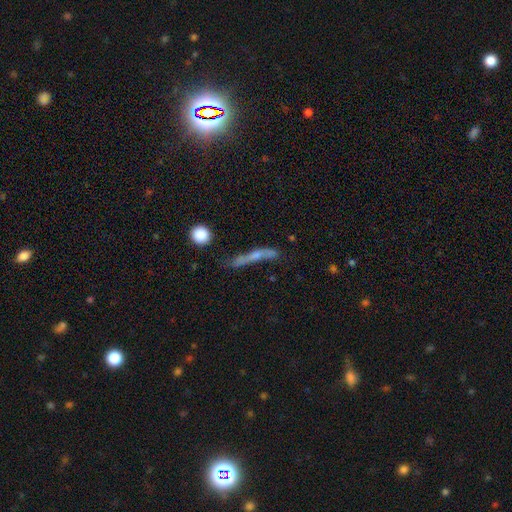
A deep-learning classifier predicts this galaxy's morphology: featured or disk 49%, smooth 40%, star or artifact 11%. Down the decision tree: merging — none (56%).